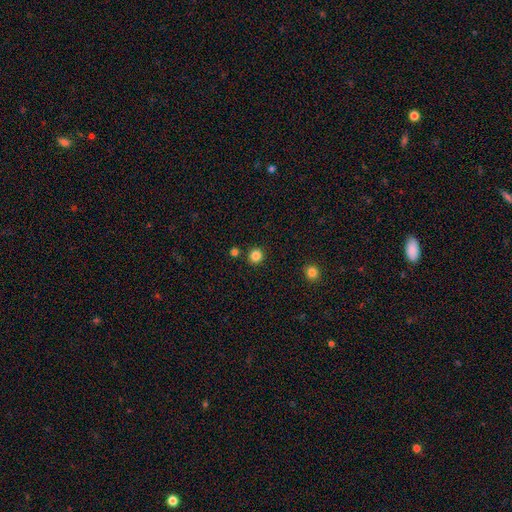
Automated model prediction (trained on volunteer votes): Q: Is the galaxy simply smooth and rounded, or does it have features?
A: smooth — 85%.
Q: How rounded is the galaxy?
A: round — 93%.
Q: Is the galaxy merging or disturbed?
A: none — 89%.